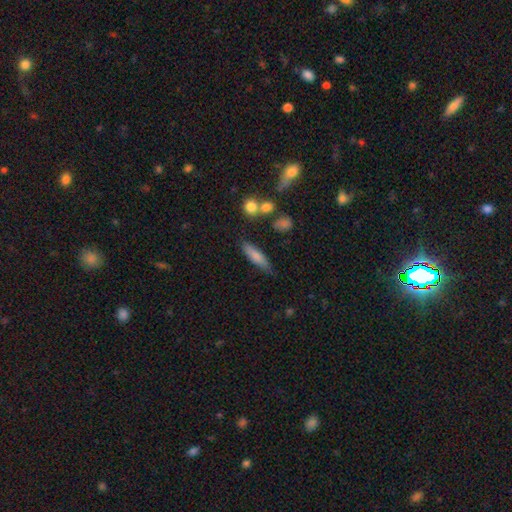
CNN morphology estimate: Smooth or featured? smooth (77%)
How rounded? cigar-shaped (67%)
Merging? none (72%)